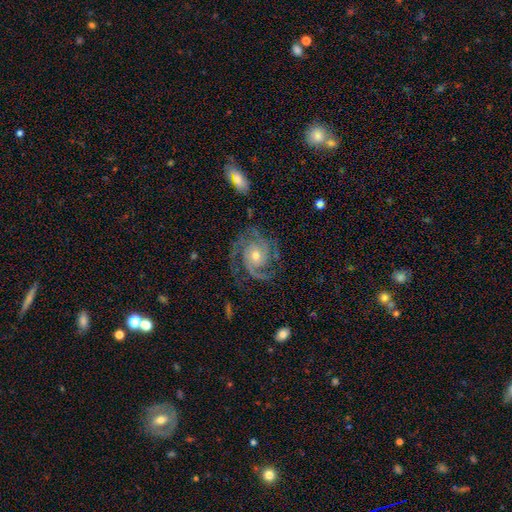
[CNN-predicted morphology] This appears to be a featured or disk galaxy (91%) with no bar (76%), 2 (40%) tight (55%) spiral arms (98%) and a moderate central bulge (53%). Merging: none (74%).